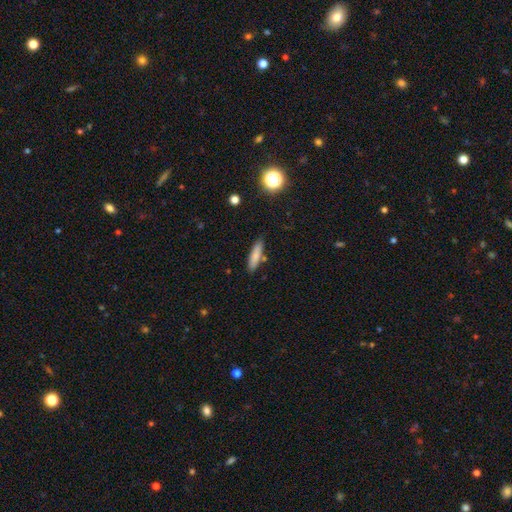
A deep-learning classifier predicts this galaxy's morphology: This is likely a smooth galaxy (80%). How rounded: likely cigar-shaped (72%). Merging: clearly none (81%).